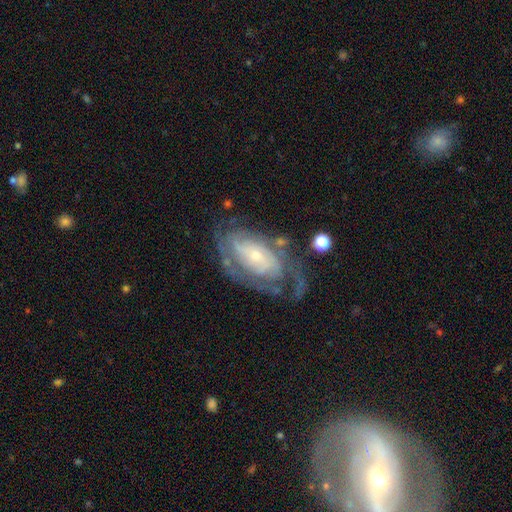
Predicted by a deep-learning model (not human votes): Smooth or featured?
  - featured or disk: 82% *
  - smooth: 12%
  - star or artifact: 6%
Edge-on disk?
  - no: 94% *
  - yes: 6%
Bar?
  - no: 70% *
  - weak: 22%
  - strong: 8%
Spiral arms?
  - yes: 89% *
  - no: 11%
Spiral winding?
  - tight: 61% *
  - medium: 29%
  - loose: 10%
Spiral arm count?
  - can't tell: 40% *
  - 2: 31%
  - 3: 13%
  - 4: 6%
  - 1: 6%
  - more than 4: 4%
Bulge size?
  - small: 74% *
  - moderate: 21%
  - large: 2%
  - none: 2%
  - dominant: 1%
Merging?
  - none: 57% *
  - minor disturbance: 22%
  - major disturbance: 18%
  - merger: 3%